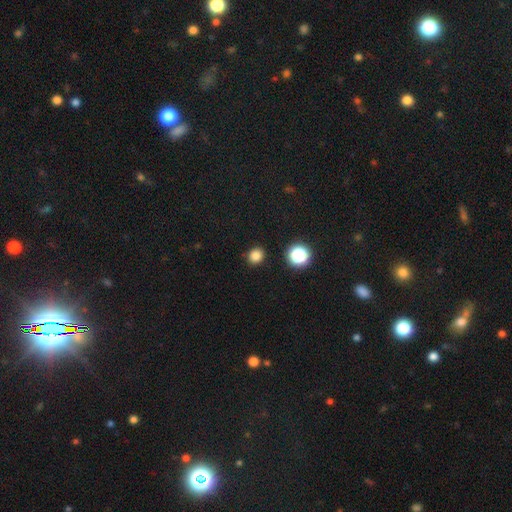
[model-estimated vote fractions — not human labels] Smooth or featured? Predicted: smooth (p=0.82). How rounded? Predicted: round (p=0.79). Merging? Predicted: none (p=0.89).